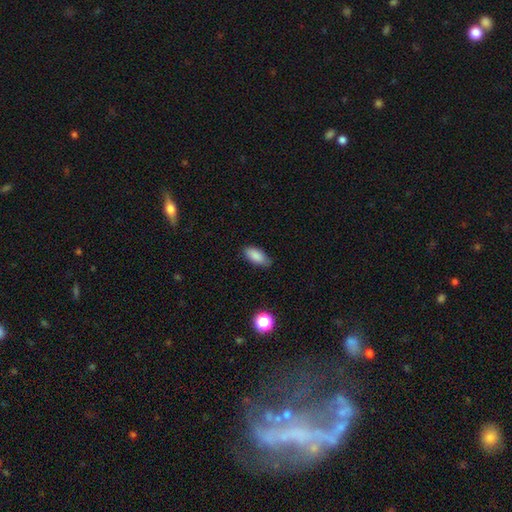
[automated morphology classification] This is clearly a smooth galaxy (86%). How rounded: clearly in between (87%). Merging: clearly none (80%).